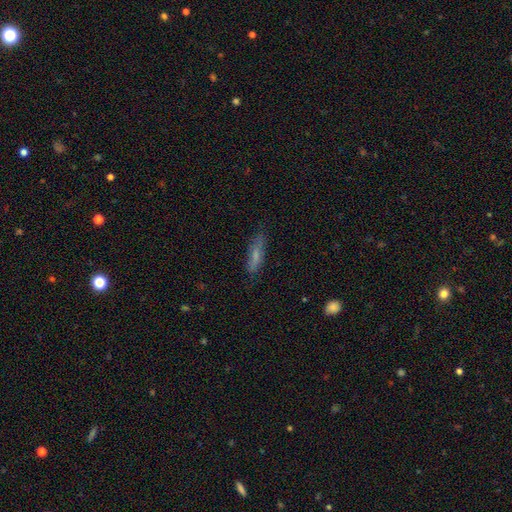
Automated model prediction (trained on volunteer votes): Morphology: type=smooth (65%); roundness=cigar-shaped (65%); merging=none (76%).